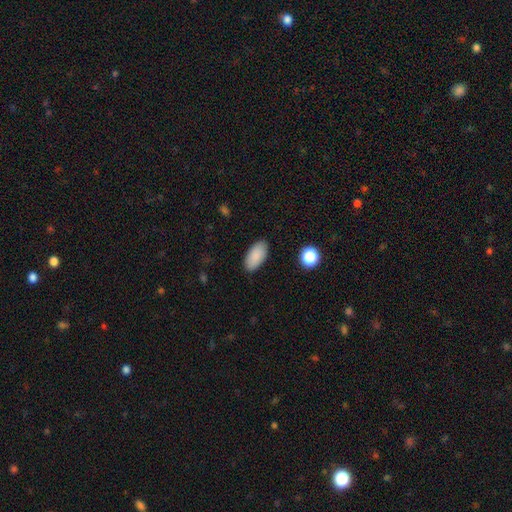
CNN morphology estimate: This is clearly a smooth galaxy (88%). How rounded: clearly in between (94%). Merging: clearly none (88%).